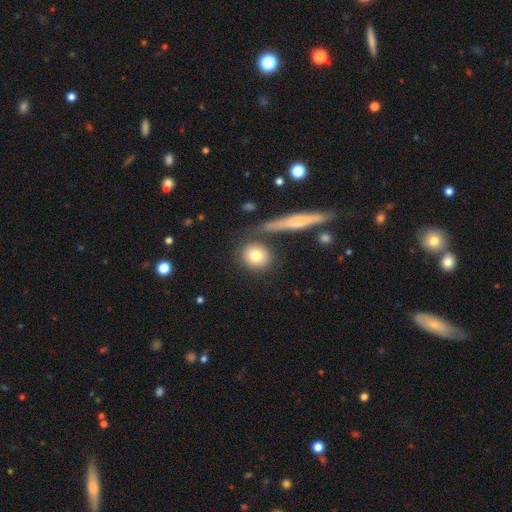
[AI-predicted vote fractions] Overall: smooth (79%). How rounded: round (82%). Merging: none (77%).